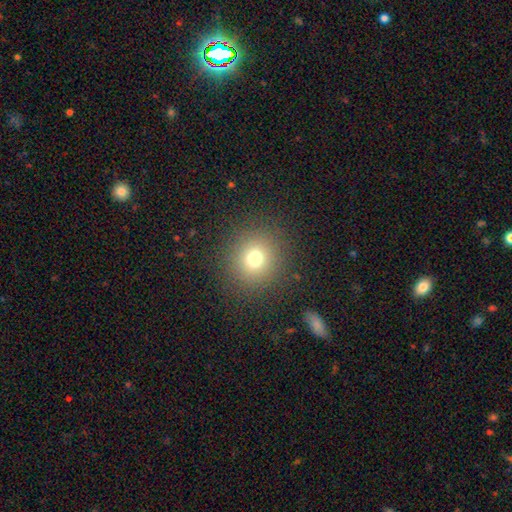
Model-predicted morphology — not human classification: Smooth or featured? Predicted: smooth (p=0.75). How rounded? Predicted: round (p=0.90). Merging? Predicted: none (p=0.89).